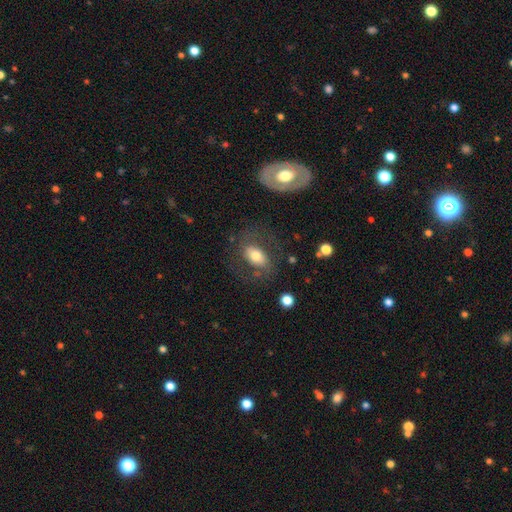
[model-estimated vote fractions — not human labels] smooth-or-featured: smooth: 56% | featured or disk: 36% | star or artifact: 8%
  how-rounded: in between: 84% | round: 13% | cigar-shaped: 2%
  merging: none: 64% | minor disturbance: 17% | major disturbance: 16% | merger: 3%